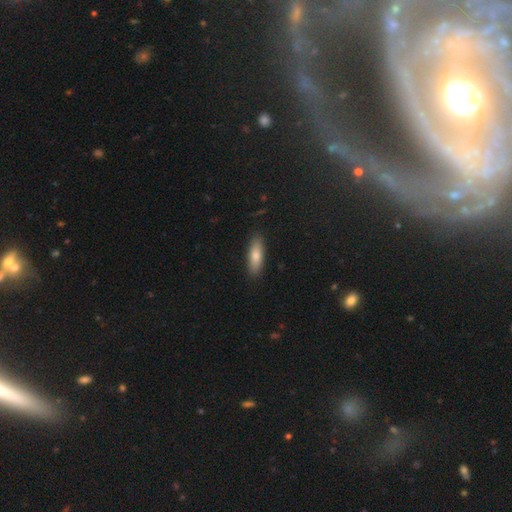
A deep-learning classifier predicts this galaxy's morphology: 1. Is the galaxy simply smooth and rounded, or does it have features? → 80% smooth, 14% featured or disk, 6% star or artifact.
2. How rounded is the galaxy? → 56% in between, 42% cigar-shaped, 2% round.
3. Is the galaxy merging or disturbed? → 86% none, 11% minor disturbance, 2% major disturbance, 1% merger.